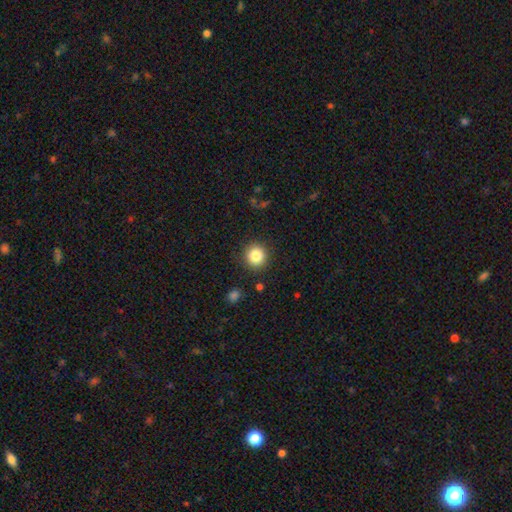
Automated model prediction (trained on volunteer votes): This appears to be a smooth galaxy with no disk features (84%) that is round (91%). Merging: none (90%).